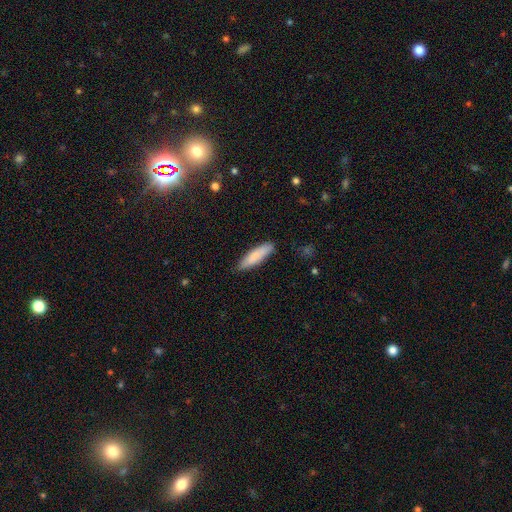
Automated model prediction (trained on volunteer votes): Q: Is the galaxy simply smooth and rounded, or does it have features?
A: smooth — 83%.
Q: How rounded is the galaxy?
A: cigar-shaped — 73%.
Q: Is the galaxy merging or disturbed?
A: none — 83%.